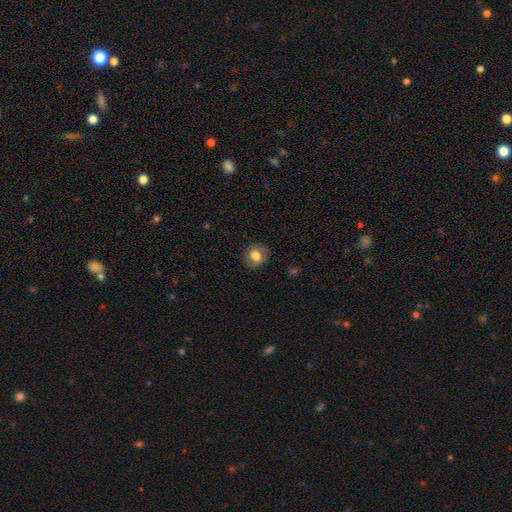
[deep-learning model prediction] smooth-or-featured: smooth: 76% | featured or disk: 15% | star or artifact: 9%
  how-rounded: round: 69% | in between: 30% | cigar-shaped: 1%
  merging: none: 83% | minor disturbance: 12% | major disturbance: 4% | merger: 1%